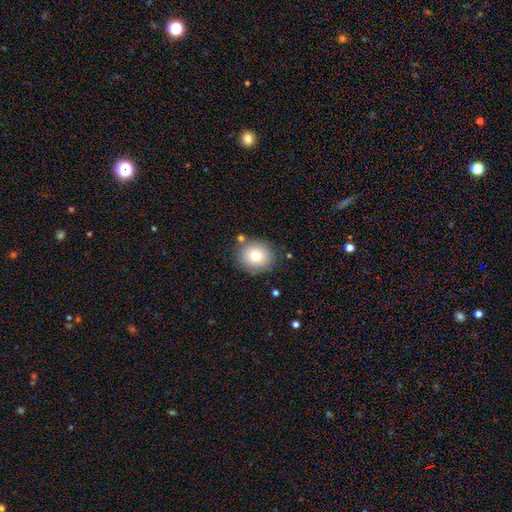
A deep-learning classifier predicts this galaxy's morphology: smooth 77%, featured or disk 12%, star or artifact 11%. Down the decision tree: how rounded — round (82%); merging — none (82%).